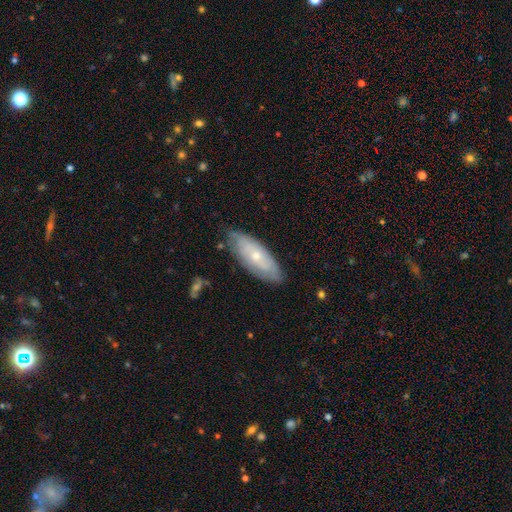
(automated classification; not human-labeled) Q: Smooth or featured?
A: featured or disk (53%); runner-up: smooth (40%)
Q: Edge-on disk?
A: no (79%); runner-up: yes (21%)
Q: Merging?
A: none (76%); runner-up: minor disturbance (19%)